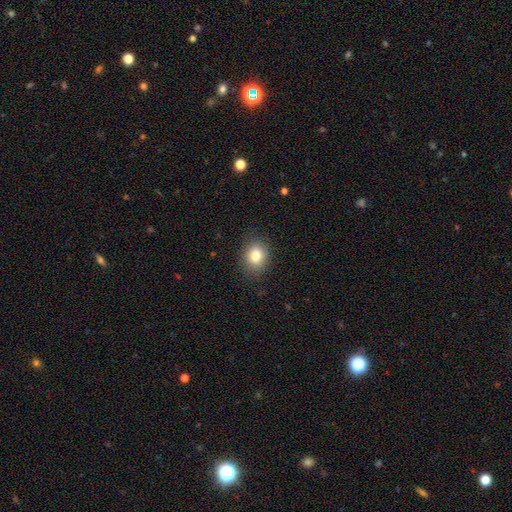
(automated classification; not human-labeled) This appears to be a smooth galaxy with no disk features (81%) that is round (53%). Merging: none (86%).